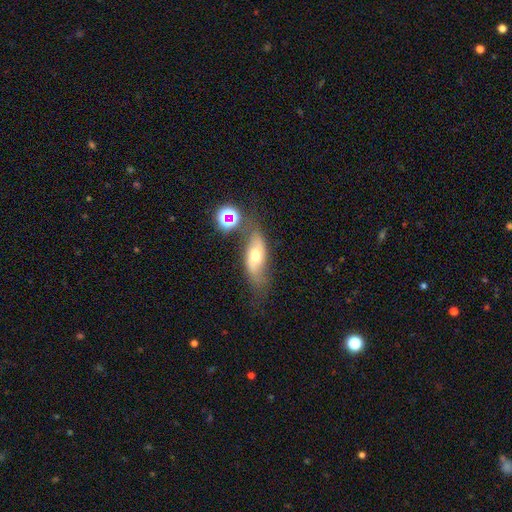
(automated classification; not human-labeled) A featured or disk galaxy (47%).

Vote fractions:
- Smooth or featured? featured or disk: 47% / smooth: 42% / star or artifact: 12%
- Merging? none: 52% / minor disturbance: 26% / major disturbance: 14% / merger: 8%